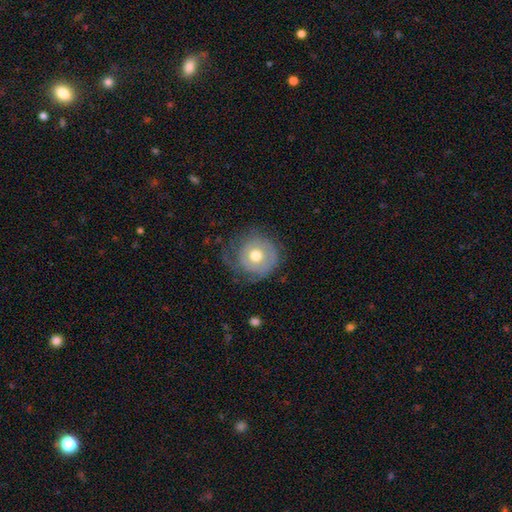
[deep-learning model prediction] Smooth or featured? Predicted: smooth (p=0.53). How rounded? Predicted: round (p=0.91). Merging? Predicted: none (p=0.60).